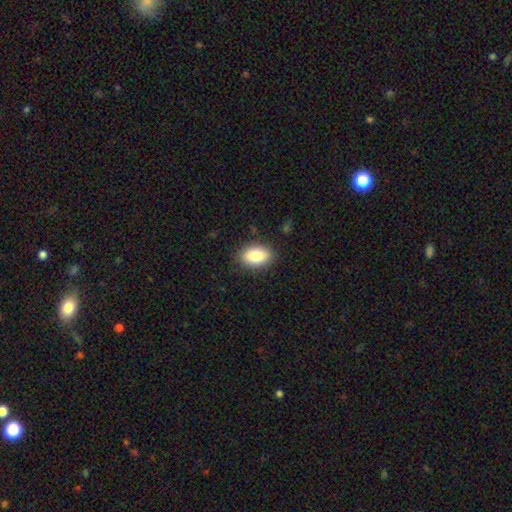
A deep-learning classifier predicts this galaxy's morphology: Q: Smooth or featured?
A: smooth (84%); runner-up: featured or disk (9%)
Q: How rounded?
A: in between (90%); runner-up: round (8%)
Q: Merging?
A: none (86%); runner-up: minor disturbance (10%)